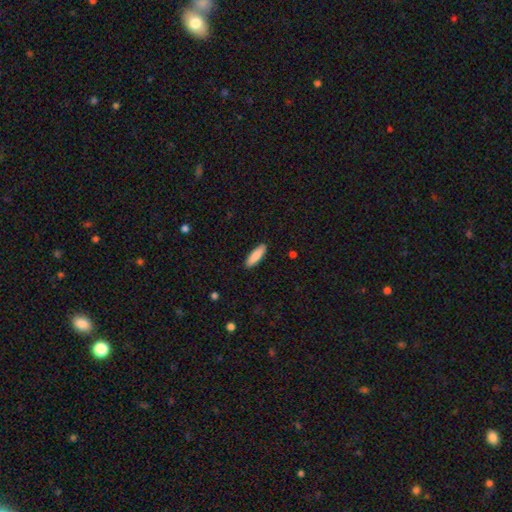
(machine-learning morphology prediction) The model was most divided on "how rounded": cigar-shaped: 58%, in between: 40%, round: 1%. More confident: merging — none (90%); smooth or featured — smooth (87%).